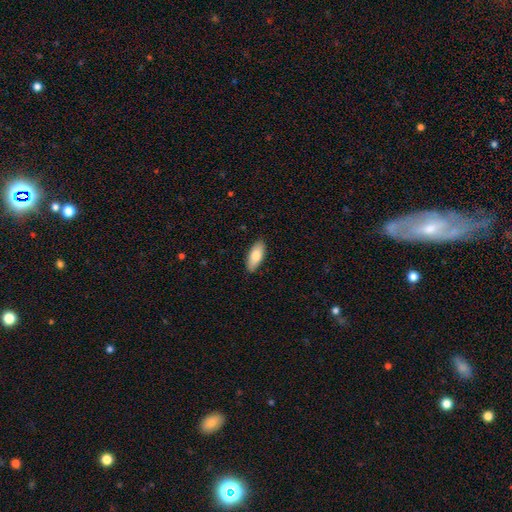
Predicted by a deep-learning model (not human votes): Q: Smooth or featured?
A: smooth (81%); runner-up: featured or disk (13%)
Q: How rounded?
A: in between (81%); runner-up: cigar-shaped (17%)
Q: Merging?
A: none (88%); runner-up: minor disturbance (9%)